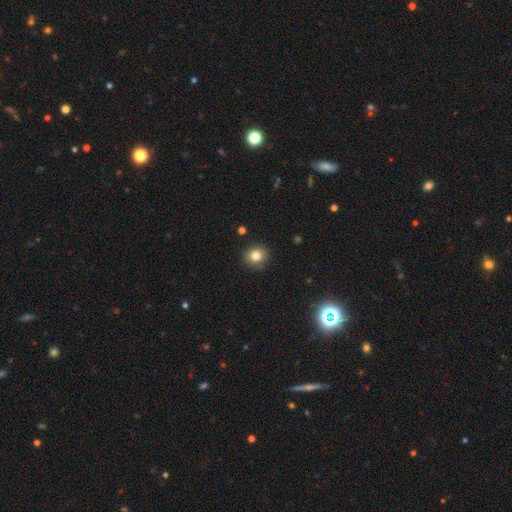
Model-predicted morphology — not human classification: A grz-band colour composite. It shows a smooth galaxy with no disk features (82%) that is round (85%). Merging: none (89%).